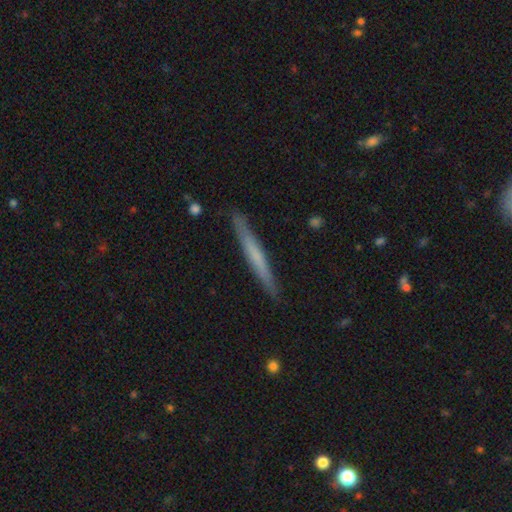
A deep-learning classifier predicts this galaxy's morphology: This appears to be a smooth galaxy with no disk features (51%) that is cigar-shaped (97%). Merging: none (90%).